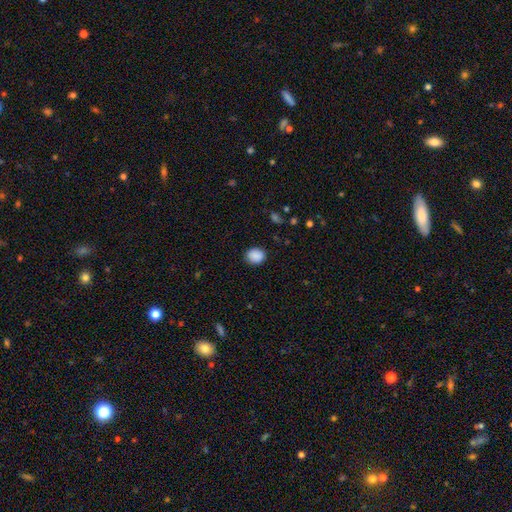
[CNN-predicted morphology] smooth-or-featured: smooth: 89% | star or artifact: 8% | featured or disk: 3%
  how-rounded: round: 66% | in between: 33% | cigar-shaped: 1%
  merging: none: 87% | minor disturbance: 9% | major disturbance: 3% | merger: 1%